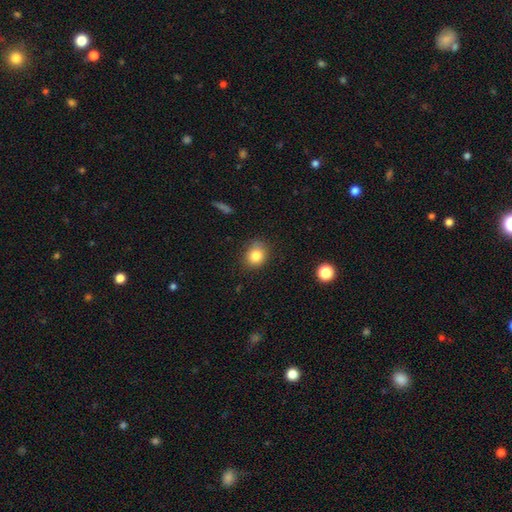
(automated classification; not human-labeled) The model was most divided on "how rounded": round: 69%, in between: 30%, cigar-shaped: 1%. More confident: smooth or featured — smooth (82%); merging — none (82%).